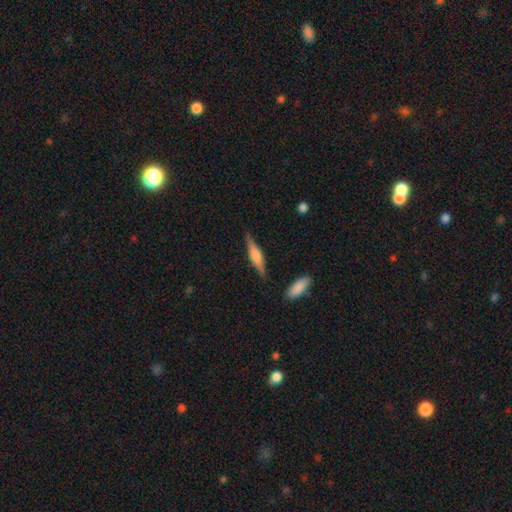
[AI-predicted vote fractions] smooth 48%, featured or disk 46%, star or artifact 6%. Down the decision tree: merging — none (81%).